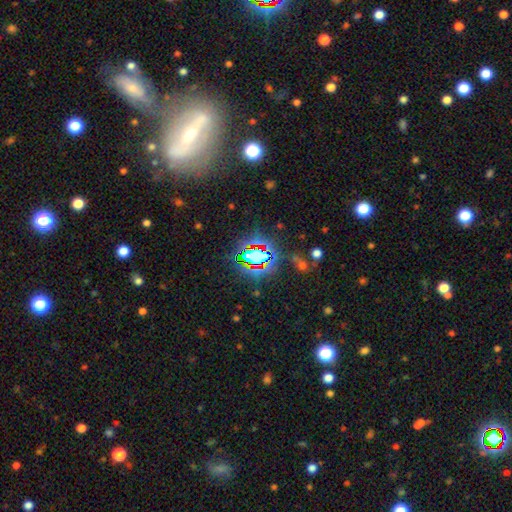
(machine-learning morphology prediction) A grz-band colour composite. It shows a star or artifact, not a galaxy (68%).